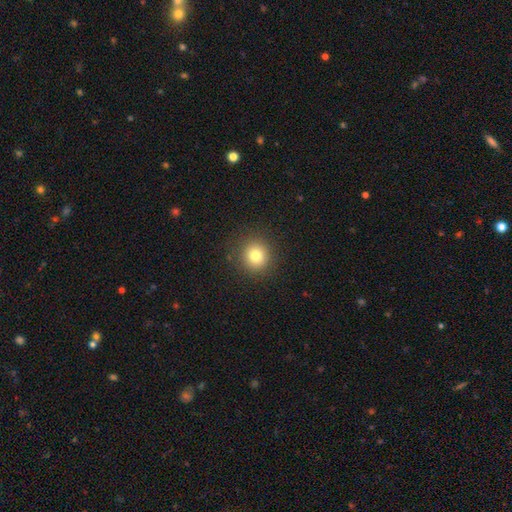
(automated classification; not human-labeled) Smooth or featured?
  - smooth: 79% *
  - star or artifact: 13%
  - featured or disk: 8%
How rounded?
  - round: 92% *
  - in between: 7%
  - cigar-shaped: 1%
Merging?
  - none: 90% *
  - minor disturbance: 7%
  - major disturbance: 3%
  - merger: 1%